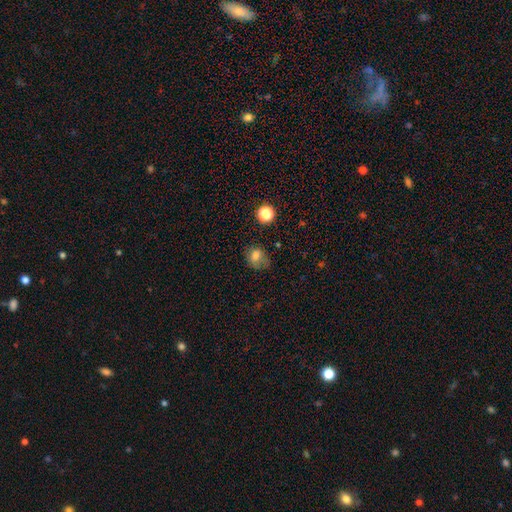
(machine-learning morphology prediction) This appears to be a smooth galaxy with no disk features (75%) that is round (52%). Merging: none (50%).